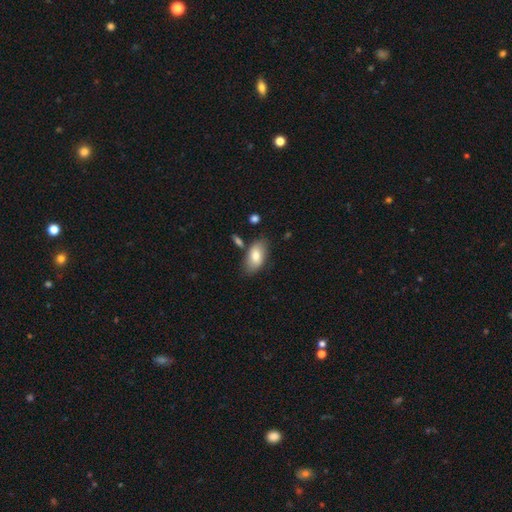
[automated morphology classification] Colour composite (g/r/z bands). It shows a smooth galaxy with no disk features (78%) that is in between round and cigar-shaped (93%). Merging: none (75%).